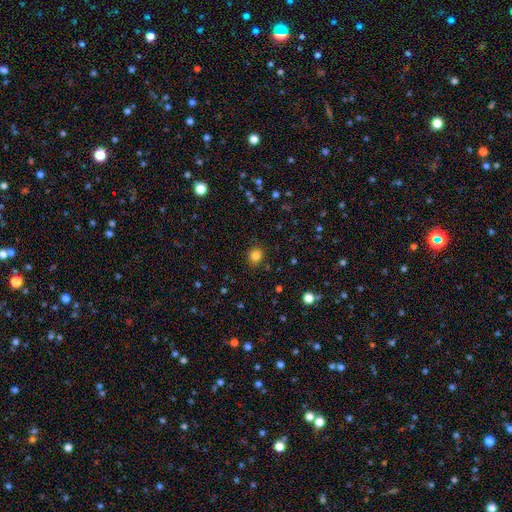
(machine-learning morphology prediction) smooth 83%, star or artifact 13%, featured or disk 4%. Down the decision tree: how rounded — round (77%); merging — none (86%).